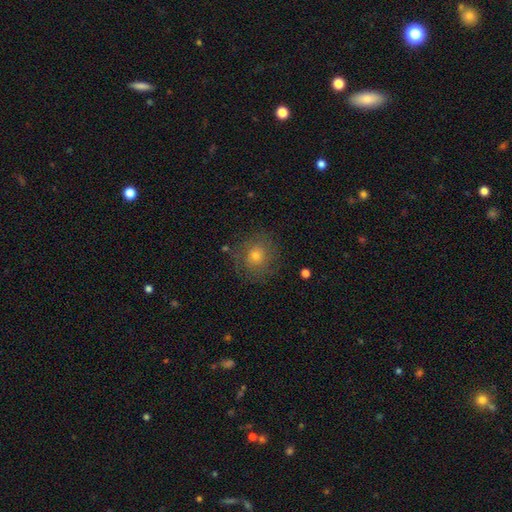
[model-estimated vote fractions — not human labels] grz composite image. It shows a smooth galaxy with no disk features (60%) that is round (90%). Merging: none (80%).